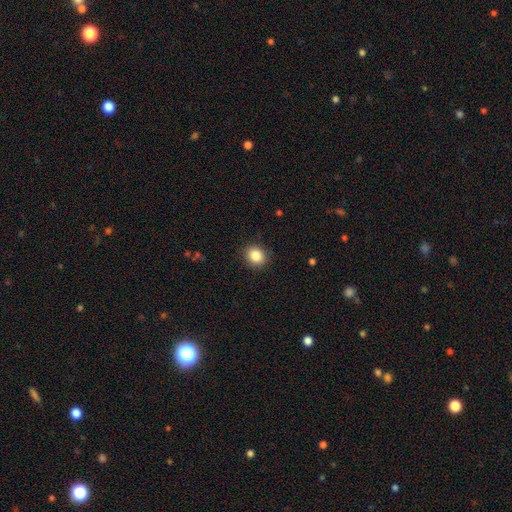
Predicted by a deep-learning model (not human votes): Smooth or featured?
  - smooth: 85% *
  - star or artifact: 10%
  - featured or disk: 5%
How rounded?
  - round: 73% *
  - in between: 26%
  - cigar-shaped: 1%
Merging?
  - none: 90% *
  - minor disturbance: 7%
  - major disturbance: 2%
  - merger: 1%